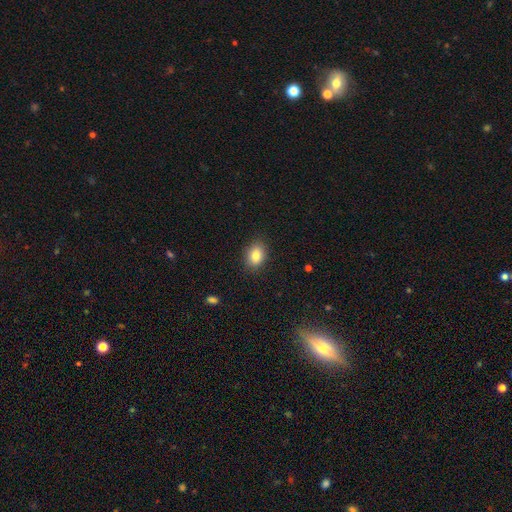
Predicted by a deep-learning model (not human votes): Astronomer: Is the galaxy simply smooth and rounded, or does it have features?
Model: smooth — 84%.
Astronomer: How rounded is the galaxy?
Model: in between — 71%.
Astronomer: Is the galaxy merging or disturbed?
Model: none — 87%.